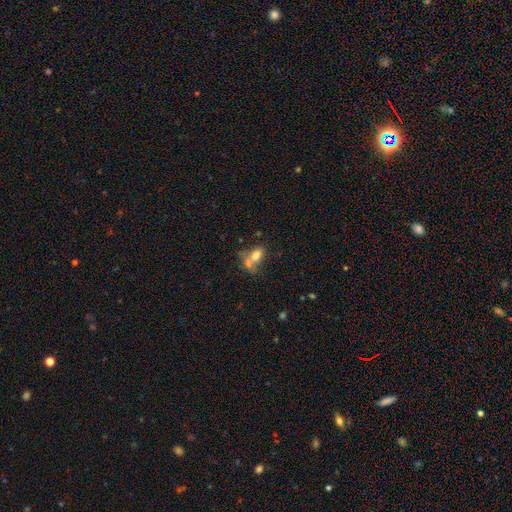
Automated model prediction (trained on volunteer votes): Morphology: type=smooth (69%); roundness=in between (75%); merging=merger (51%).